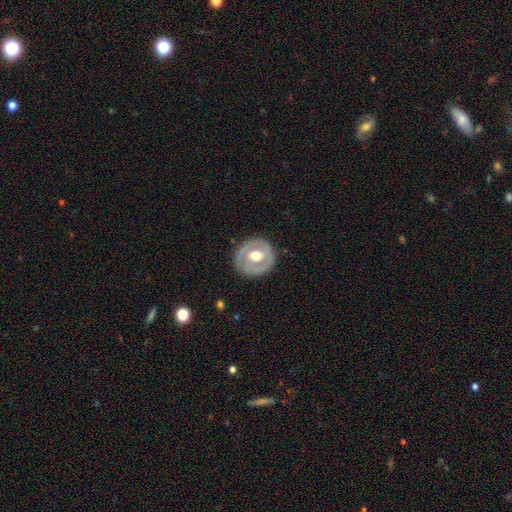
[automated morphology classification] The model was most divided on "smooth or featured": featured or disk: 58%, smooth: 38%, star or artifact: 5%. More confident: edge-on disk — no (95%); merging — none (84%); spiral arms — no (78%); bar — no (68%); bulge size — moderate (67%).